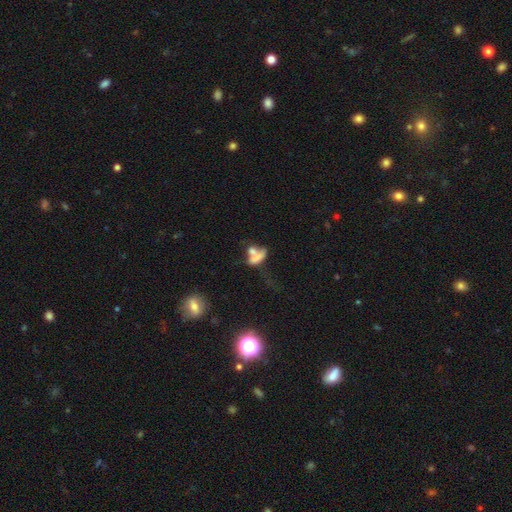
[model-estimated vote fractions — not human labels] Smooth or featured: smooth — 58% (featured or disk — 29%)
How rounded: in between — 74% (round — 16%)
Merging: merger — 55% (none — 18%)